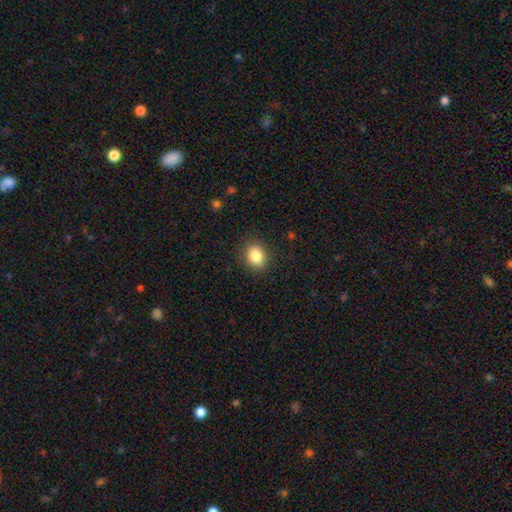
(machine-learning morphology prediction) smooth 85%, star or artifact 10%, featured or disk 6%. Down the decision tree: how rounded — round (55%); merging — none (89%).